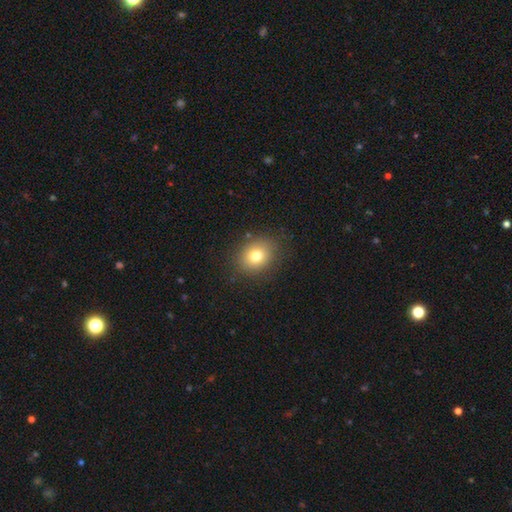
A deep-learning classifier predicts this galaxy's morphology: The model was most divided on "how rounded": round: 62%, in between: 37%, cigar-shaped: 1%. More confident: merging — none (86%); smooth or featured — smooth (77%).